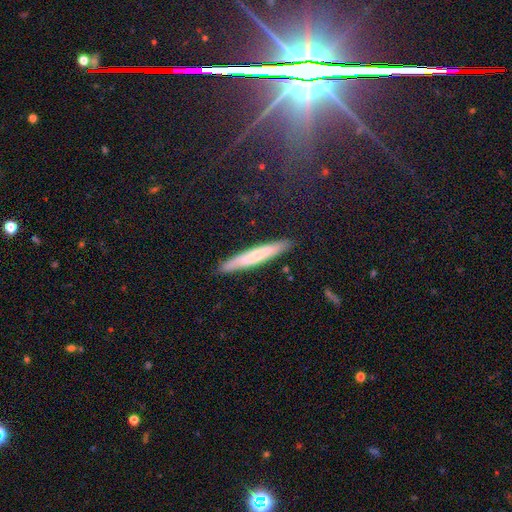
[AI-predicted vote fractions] smooth_or_featured: smooth (p=0.51) [alt: featured or disk p=0.43]
how_rounded: cigar-shaped (p=0.94) [alt: in between p=0.04]
merging: none (p=0.88) [alt: minor disturbance p=0.09]